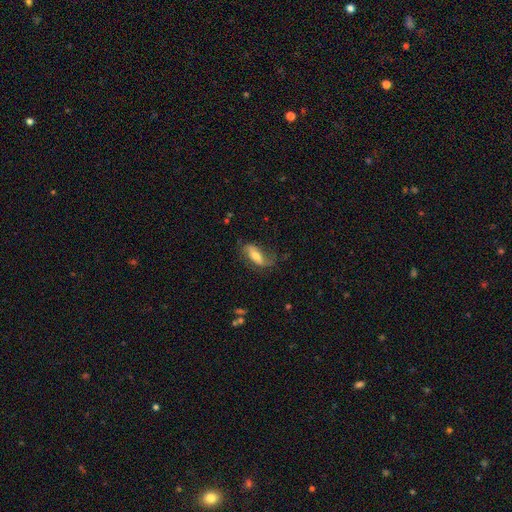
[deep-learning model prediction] Smooth or featured? Predicted: smooth (p=0.48). Merging? Predicted: none (p=0.60).